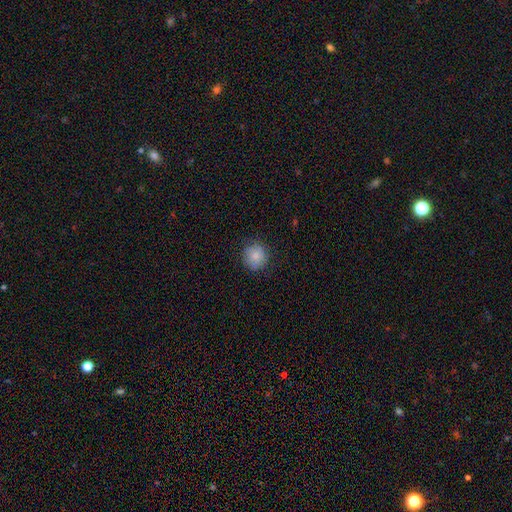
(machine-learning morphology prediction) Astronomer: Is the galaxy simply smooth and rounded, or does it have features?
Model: smooth — 82%.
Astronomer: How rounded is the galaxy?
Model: round — 90%.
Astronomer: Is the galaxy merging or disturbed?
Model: none — 80%.